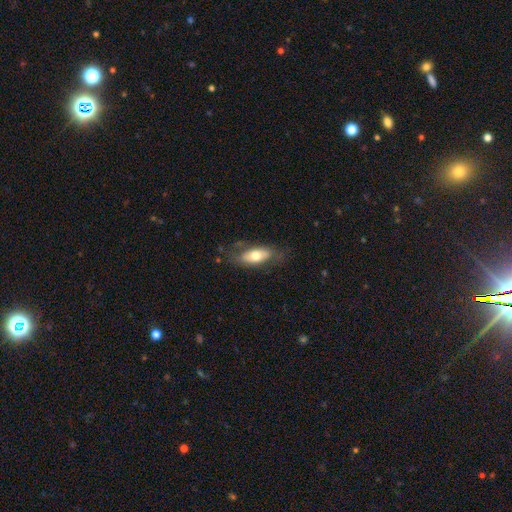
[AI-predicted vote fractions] A smooth galaxy with no disk features (62%) that is in between round and cigar-shaped (79%). Merging: none (71%).